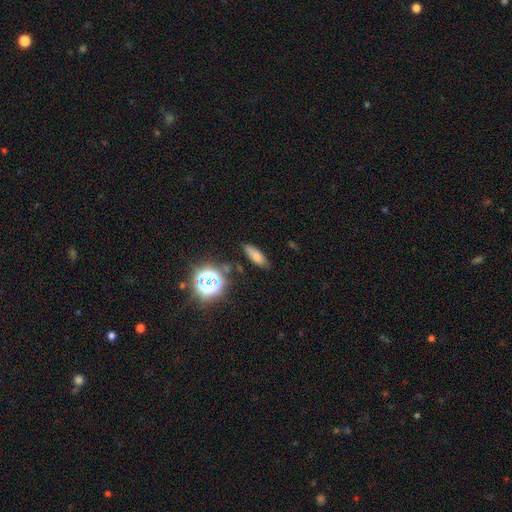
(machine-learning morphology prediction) The model was most divided on "how rounded": in between: 56%, cigar-shaped: 37%, round: 7%. More confident: merging — none (81%); smooth or featured — smooth (72%).